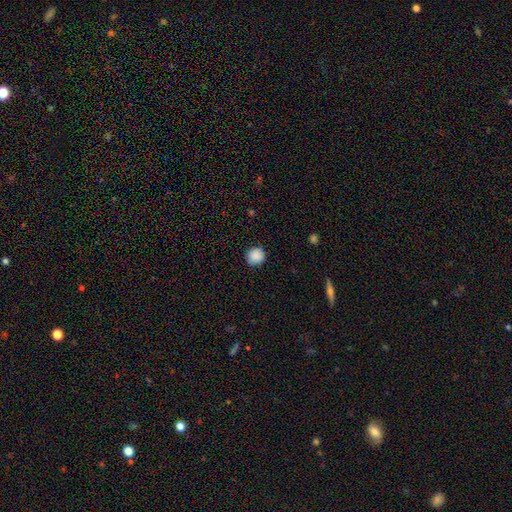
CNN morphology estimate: This appears to be a smooth galaxy with no disk features (87%) that is round (90%). Merging: none (85%).